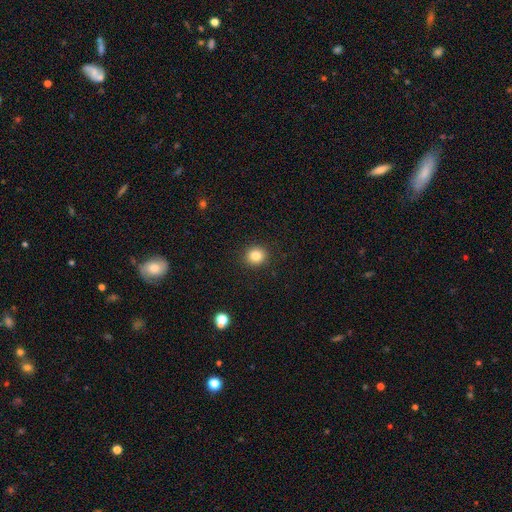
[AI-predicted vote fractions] Morphology: type=smooth (83%); roundness=round (86%); merging=none (92%).